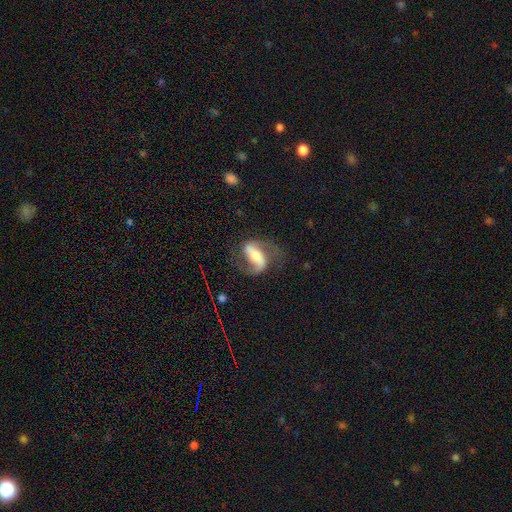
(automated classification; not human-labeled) A featured or disk galaxy (81%) with a strong bar (53%), 2 (86%) medium (44%) spiral arms (94%) and a moderate central bulge (40%).

Vote fractions:
- Smooth or featured? featured or disk: 81% / smooth: 13% / star or artifact: 6%
- Edge-on disk? no: 95% / yes: 5%
- Bar? strong: 53% / weak: 28% / no: 18%
- Spiral arms? yes: 94% / no: 6%
- Spiral winding? medium: 44% / loose: 43% / tight: 13%
- Spiral arm count? 2: 86% / 1: 8% / can't tell: 3% / 3: 1% / 4: 1% / more than 4: 1%
- Bulge size? moderate: 40% / small: 33% / large: 16% / none: 8% / dominant: 3%
- Merging? none: 65% / minor disturbance: 17% / major disturbance: 16% / merger: 2%